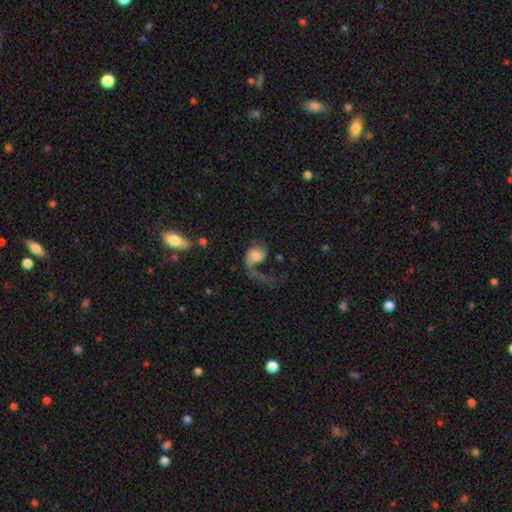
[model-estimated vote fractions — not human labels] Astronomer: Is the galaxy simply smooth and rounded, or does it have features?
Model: featured or disk — 54% (runner-up: smooth, 37%).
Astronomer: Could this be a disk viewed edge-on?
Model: no — 97%.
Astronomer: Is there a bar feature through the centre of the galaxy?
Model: no — 70%.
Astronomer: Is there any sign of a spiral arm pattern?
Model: yes — 81%.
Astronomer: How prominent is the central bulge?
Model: moderate — 36% (runner-up: large, 23%).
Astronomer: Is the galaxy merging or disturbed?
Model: major disturbance — 57%.